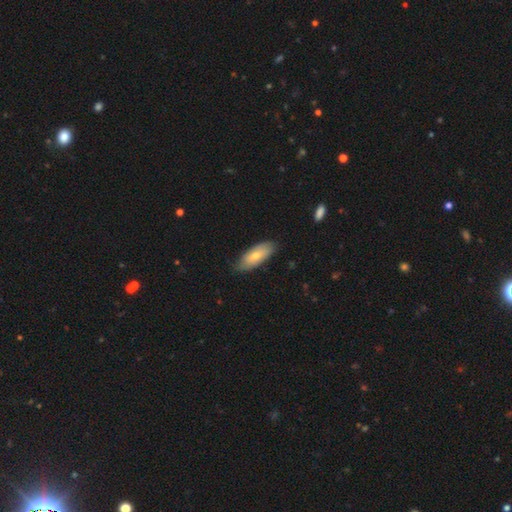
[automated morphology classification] smooth-or-featured: smooth: 68% | featured or disk: 26% | star or artifact: 5%
  how-rounded: in between: 80% | cigar-shaped: 18% | round: 2%
  merging: none: 77% | minor disturbance: 19% | major disturbance: 3% | merger: 1%